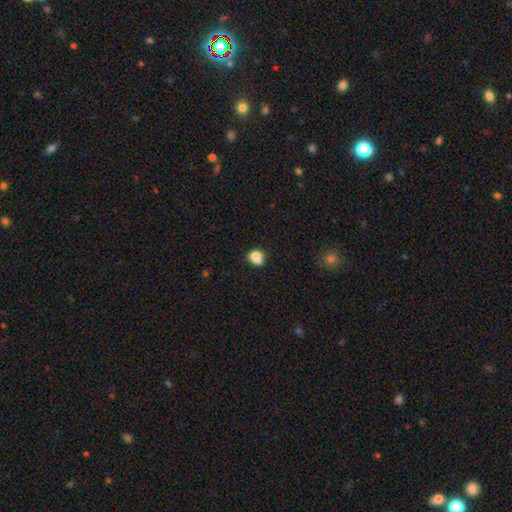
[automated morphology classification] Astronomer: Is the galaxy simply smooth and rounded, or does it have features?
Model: smooth — 74%.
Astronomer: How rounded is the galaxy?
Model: round — 61% (runner-up: in between, 38%).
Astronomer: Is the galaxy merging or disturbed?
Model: merger — 42% (runner-up: none, 36%).